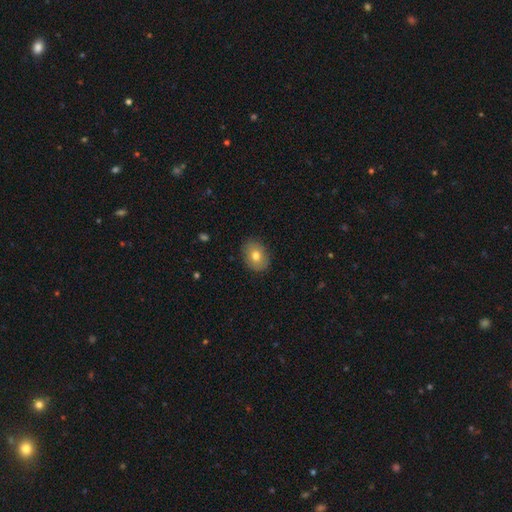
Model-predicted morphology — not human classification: The model was most divided on "how rounded": in between: 61%, round: 38%, cigar-shaped: 1%. More confident: merging — none (87%); smooth or featured — smooth (74%).